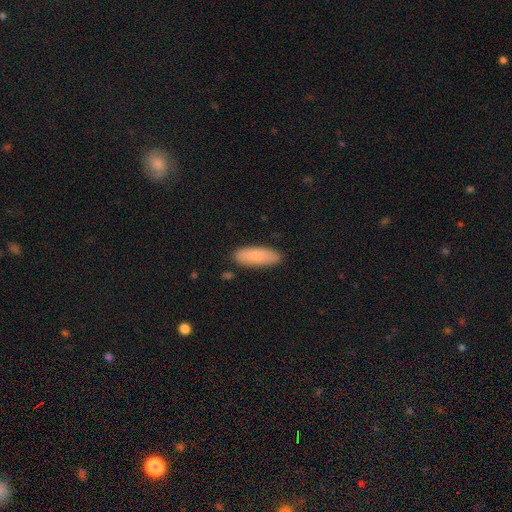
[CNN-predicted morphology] Overall: smooth (85%). How rounded: in between (56%; cigar-shaped 42%). Merging: none (86%).